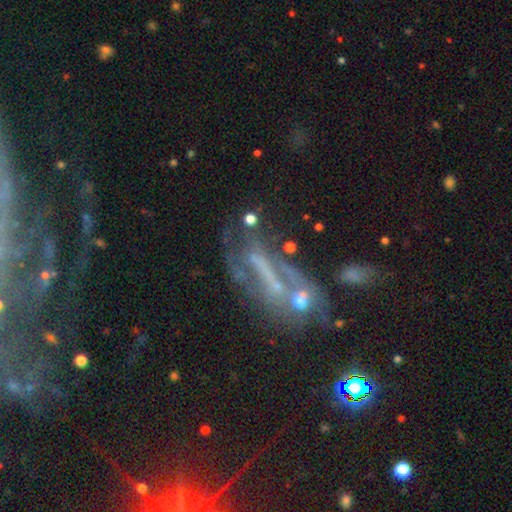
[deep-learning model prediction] This appears to be a featured or disk galaxy (54%). Merging: none (35%).